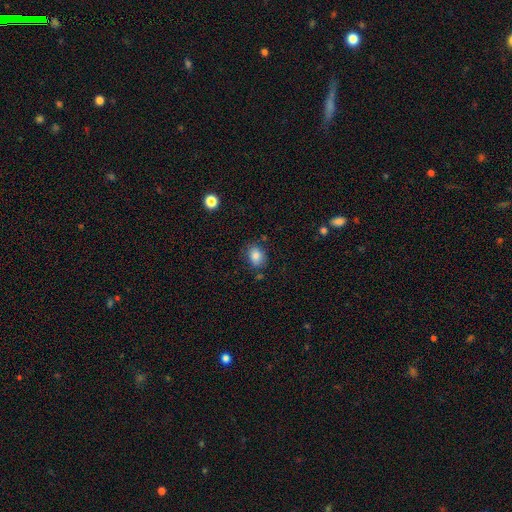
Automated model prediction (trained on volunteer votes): Morphology: type=smooth (84%); roundness=in between (67%); merging=none (75%).